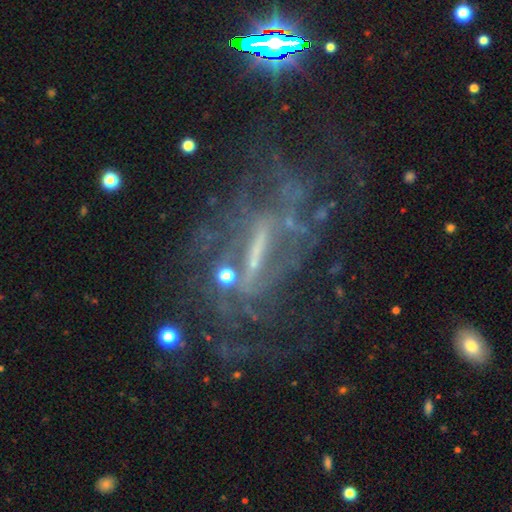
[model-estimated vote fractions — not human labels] smooth-or-featured: featured or disk: 74% | star or artifact: 17% | smooth: 9%
  disk-edge-on: no: 83% | yes: 17%
    bar: strong: 52% | weak: 30% | no: 17%
    has-spiral-arms: yes: 66% | no: 34%
    bulge-size: none: 38% | small: 34% | moderate: 23% | large: 4% | dominant: 1%
  merging: none: 48% | major disturbance: 29% | minor disturbance: 18% | merger: 5%